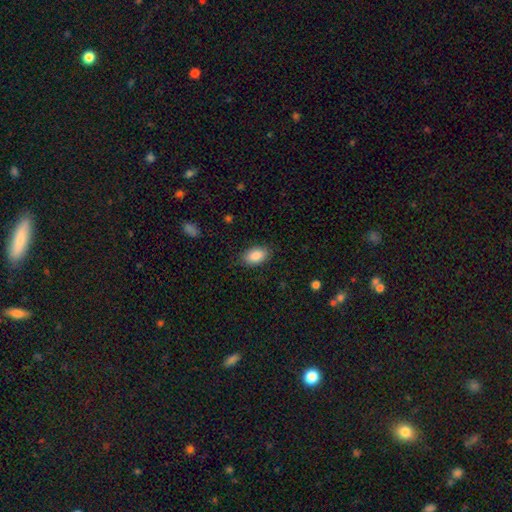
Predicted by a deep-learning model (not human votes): Q: Smooth or featured?
A: smooth (87%); runner-up: star or artifact (7%)
Q: How rounded?
A: in between (91%); runner-up: round (7%)
Q: Merging?
A: none (85%); runner-up: minor disturbance (11%)